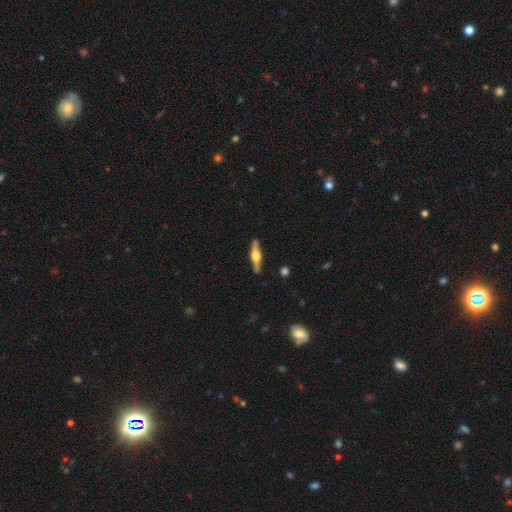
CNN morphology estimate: type=featured or disk (69%); edge-on=yes (97%); edge-on bulge=rounded (93%); merging=none (89%).